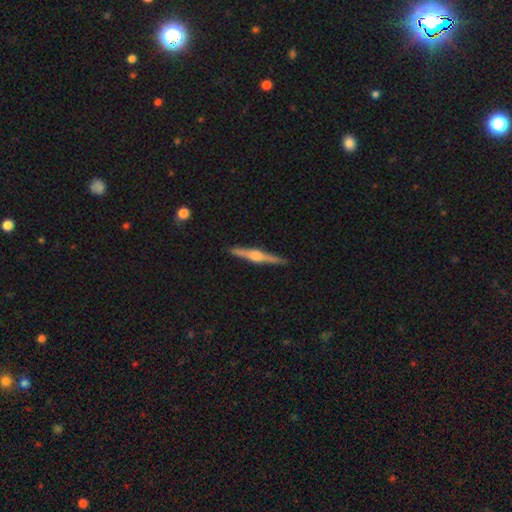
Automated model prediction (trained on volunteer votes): The model was most divided on "smooth or featured": featured or disk: 80%, smooth: 15%, star or artifact: 5%. More confident: edge-on disk — yes (98%); merging — none (91%); edge-on bulge — rounded (91%).